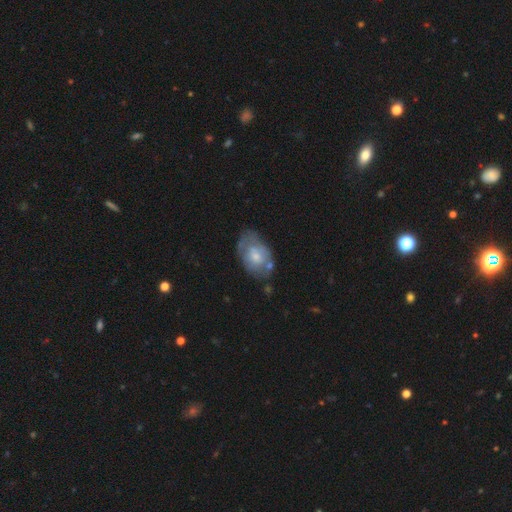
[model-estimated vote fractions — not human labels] Smooth or featured: smooth — 50% (featured or disk — 44%)
Merging: none — 47% (minor disturbance — 29%)